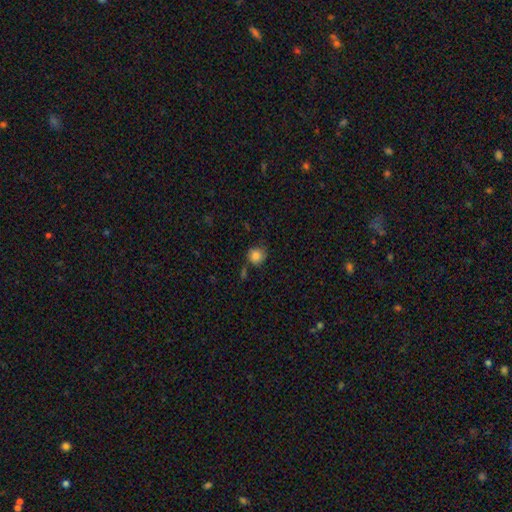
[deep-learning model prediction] A smooth galaxy with no disk features (83%) that is round (86%). Merging: none (66%).